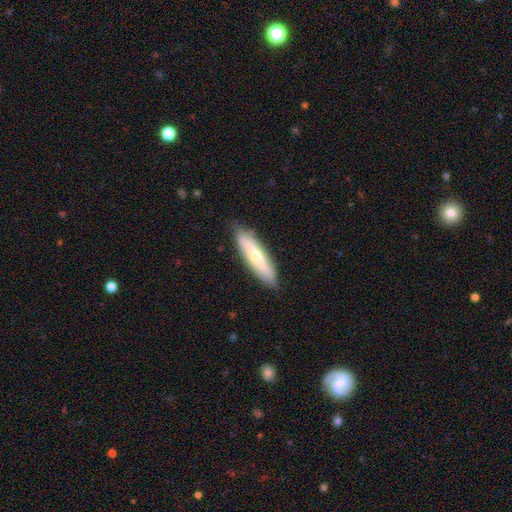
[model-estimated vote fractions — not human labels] Q: Smooth or featured?
A: smooth (48%); runner-up: featured or disk (46%)
Q: Merging?
A: none (83%); runner-up: minor disturbance (13%)